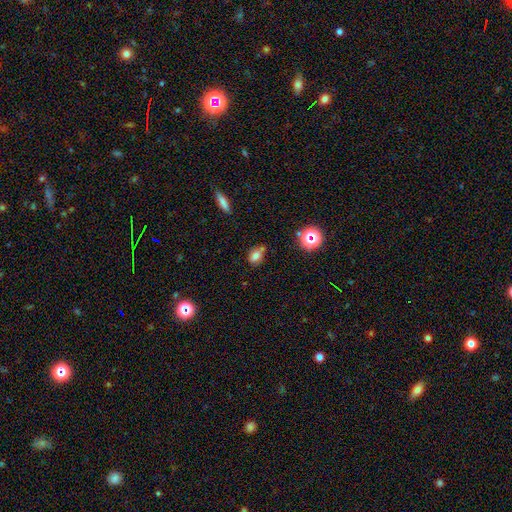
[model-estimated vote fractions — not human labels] Smooth or featured: smooth — 74% (star or artifact — 16%)
How rounded: in between — 66% (round — 32%)
Merging: none — 53% (minor disturbance — 22%)